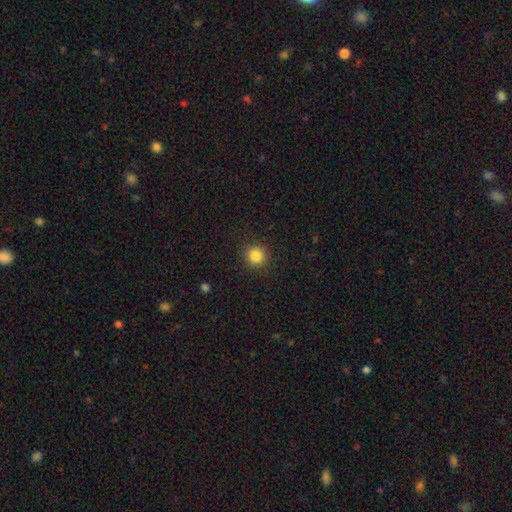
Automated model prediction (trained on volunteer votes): This is clearly a smooth galaxy (84%). How rounded: clearly round (93%). Merging: clearly none (91%).